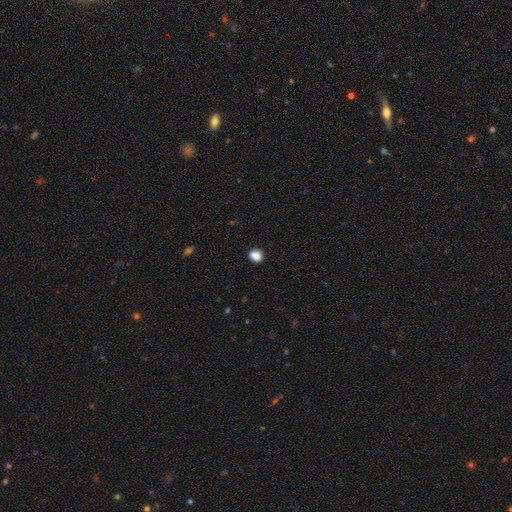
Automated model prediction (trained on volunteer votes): This appears to be a smooth galaxy with no disk features (85%) that is round (56%). Merging: none (82%).